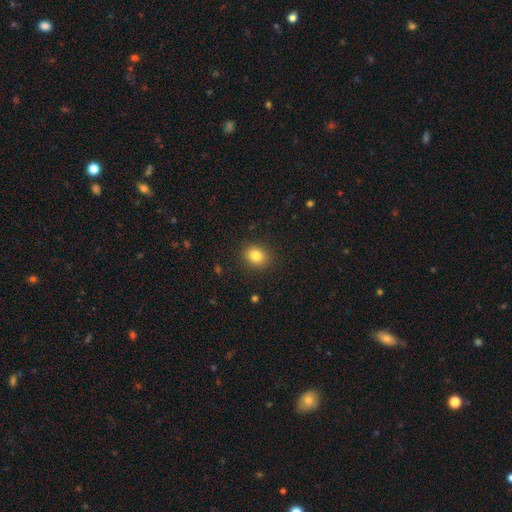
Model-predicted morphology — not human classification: Smooth or featured? smooth (83%)
How rounded? round (56%)
Merging? none (89%)